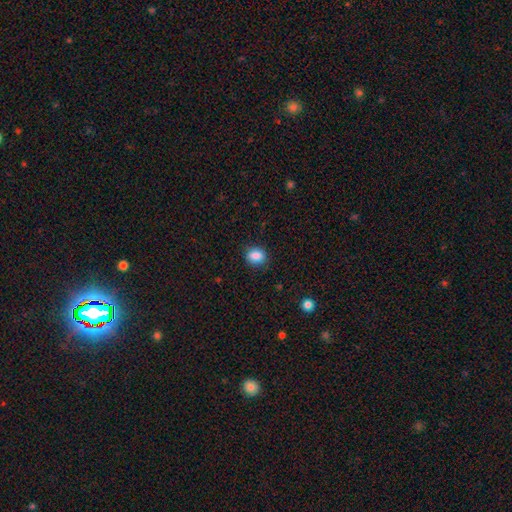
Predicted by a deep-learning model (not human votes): Smooth or featured? Predicted: smooth (p=0.86). How rounded? Predicted: round (p=0.51). Merging? Predicted: none (p=0.87).